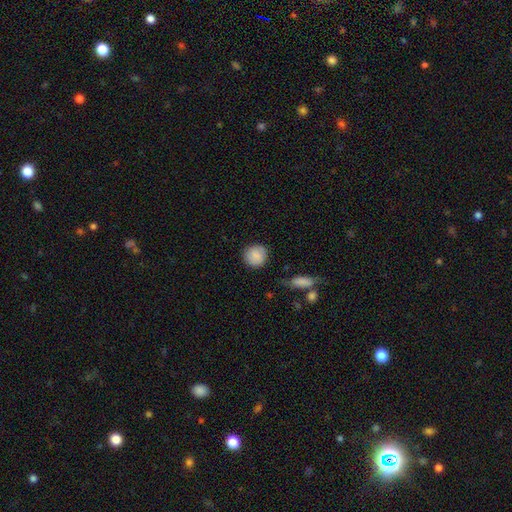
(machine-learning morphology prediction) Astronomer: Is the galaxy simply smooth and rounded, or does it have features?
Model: smooth — 87%.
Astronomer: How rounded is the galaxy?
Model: round — 91%.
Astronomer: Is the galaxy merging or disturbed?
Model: none — 84%.